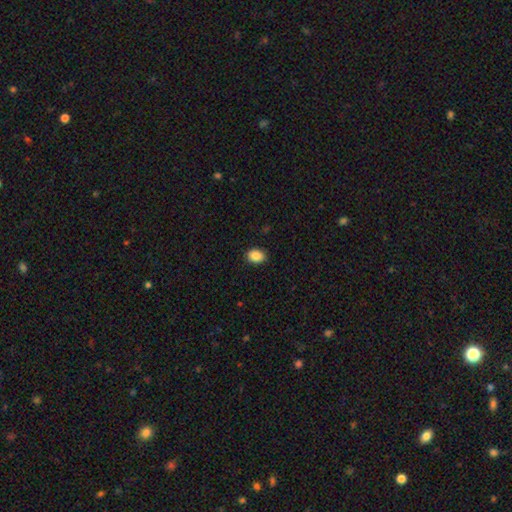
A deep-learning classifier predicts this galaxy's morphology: Overall: smooth (88%). How rounded: in between (62%; round 37%). Merging: none (90%).